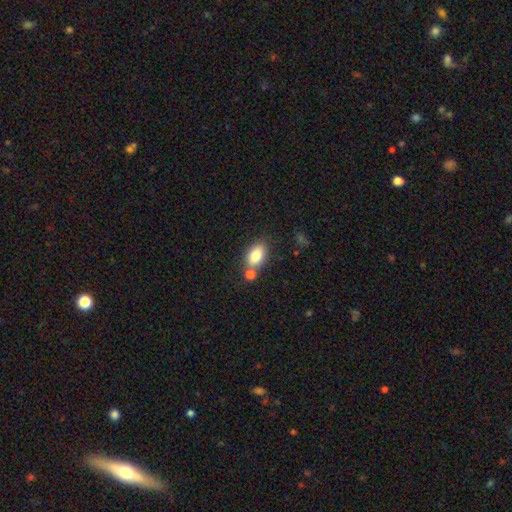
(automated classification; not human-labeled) A smooth galaxy with no disk features (81%) that is in between round and cigar-shaped (86%).

Vote fractions:
- Smooth or featured? smooth: 81% / featured or disk: 11% / star or artifact: 8%
- How rounded? in between: 86% / round: 11% / cigar-shaped: 2%
- Merging? none: 59% / merger: 23% / minor disturbance: 14% / major disturbance: 4%